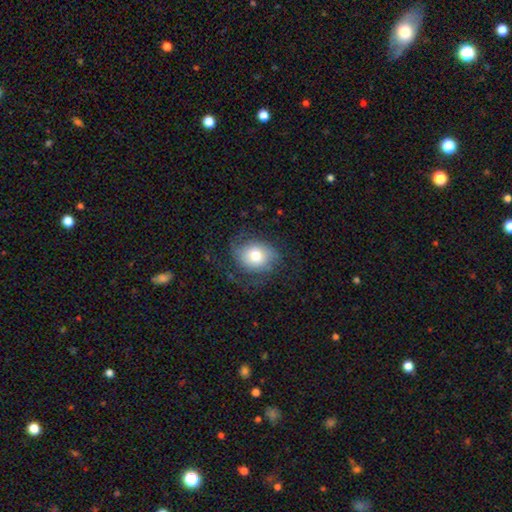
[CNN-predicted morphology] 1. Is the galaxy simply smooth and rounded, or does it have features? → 60% smooth, 31% featured or disk, 9% star or artifact.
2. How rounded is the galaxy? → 66% round, 33% in between, 1% cigar-shaped.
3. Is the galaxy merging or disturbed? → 59% none, 22% minor disturbance, 18% major disturbance, 1% merger.